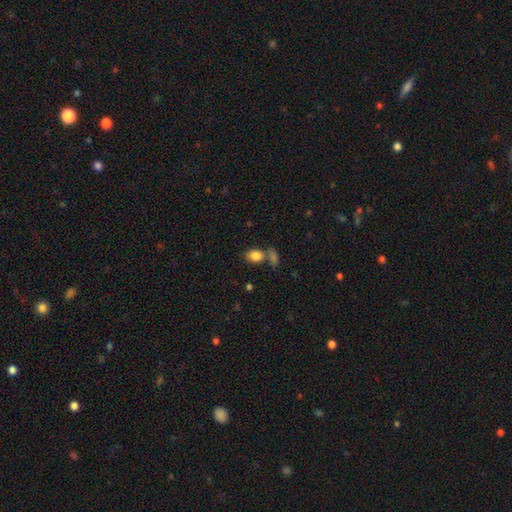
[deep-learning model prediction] This appears to be a smooth galaxy with no disk features (85%) that is in between round and cigar-shaped (76%). Merging: none (54%).